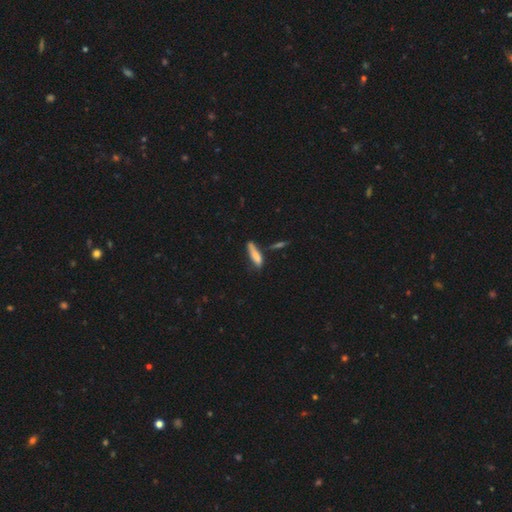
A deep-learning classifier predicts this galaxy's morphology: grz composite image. It shows a smooth galaxy with no disk features (76%) that is cigar-shaped (70%). Merging: none (50%).